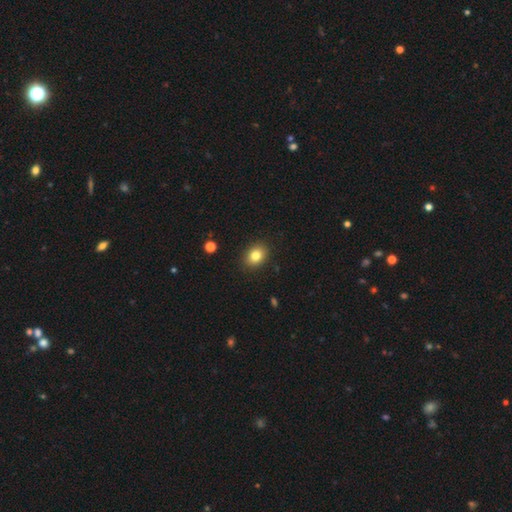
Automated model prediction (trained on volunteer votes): Morphology: type=smooth (82%); roundness=in between (53%); merging=none (89%).